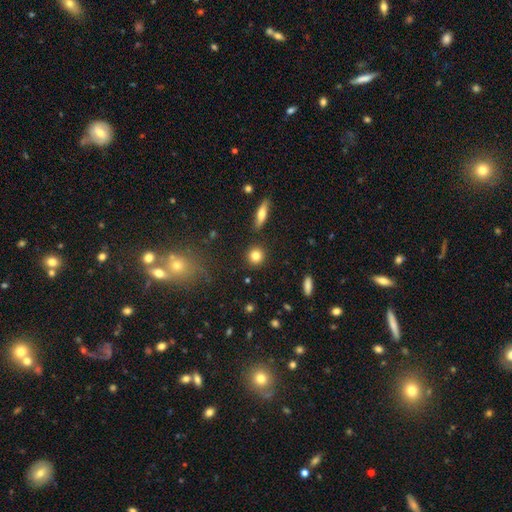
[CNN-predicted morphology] Smooth or featured? smooth (82%)
How rounded? round (90%)
Merging? none (90%)